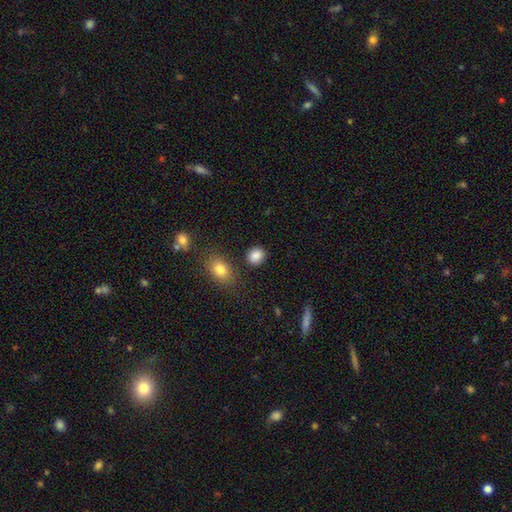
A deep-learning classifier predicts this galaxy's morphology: The model was most divided on "how rounded": round: 68%, in between: 30%, cigar-shaped: 1%. More confident: smooth or featured — smooth (87%); merging — none (84%).